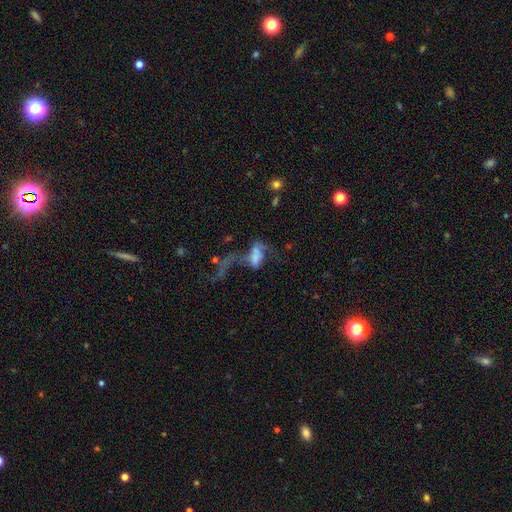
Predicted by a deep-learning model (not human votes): smooth-or-featured: featured or disk: 45% | smooth: 42% | star or artifact: 13%
  merging: major disturbance: 44% | merger: 34% | none: 13% | minor disturbance: 9%